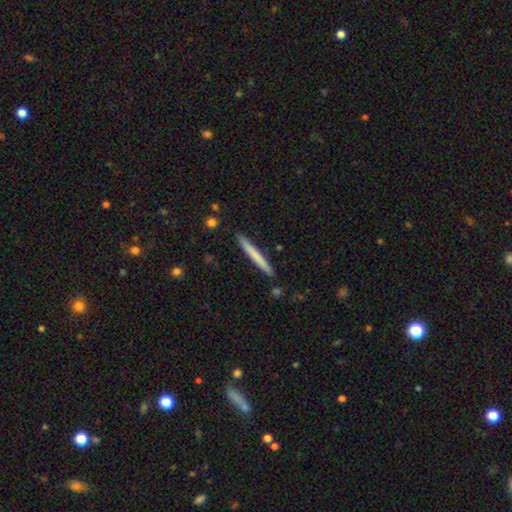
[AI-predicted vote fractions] Smooth or featured? smooth (68%)
How rounded? cigar-shaped (97%)
Merging? none (90%)